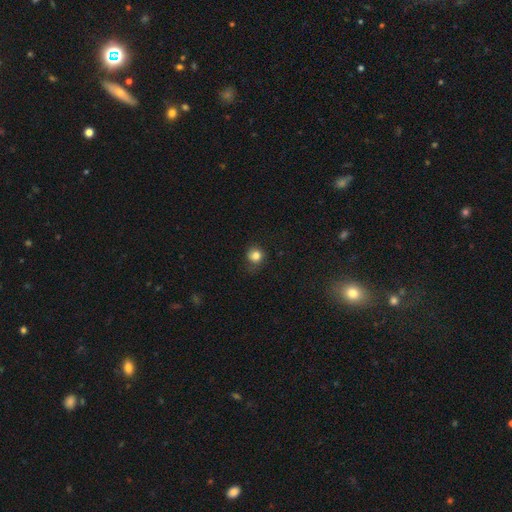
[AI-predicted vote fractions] smooth 83%, star or artifact 11%, featured or disk 6%. Down the decision tree: how rounded — round (87%); merging — none (73%).